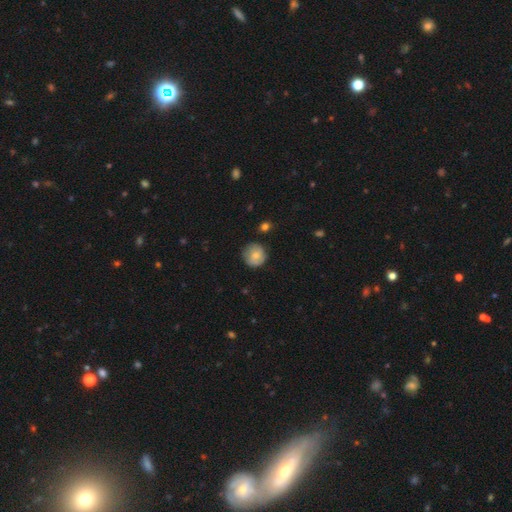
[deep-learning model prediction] smooth_or_featured: smooth (p=0.71) [alt: featured or disk p=0.22]
how_rounded: round (p=0.90) [alt: in between p=0.09]
merging: none (p=0.78) [alt: minor disturbance p=0.17]